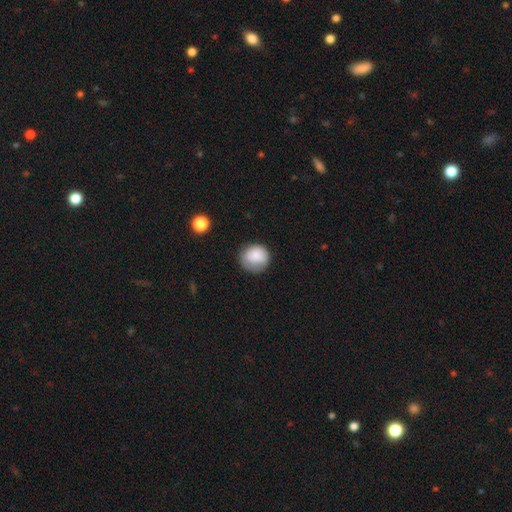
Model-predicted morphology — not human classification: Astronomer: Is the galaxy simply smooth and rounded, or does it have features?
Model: smooth — 84%.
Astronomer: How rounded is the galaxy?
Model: round — 82%.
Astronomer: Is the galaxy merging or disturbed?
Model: none — 67%.